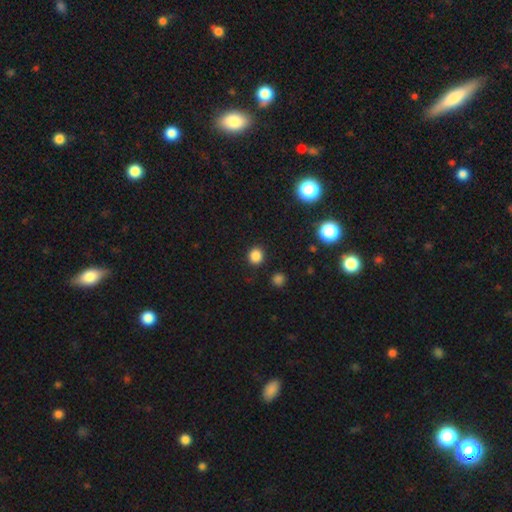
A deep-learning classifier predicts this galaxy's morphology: Smooth or featured? smooth (83%)
How rounded? round (86%)
Merging? none (89%)